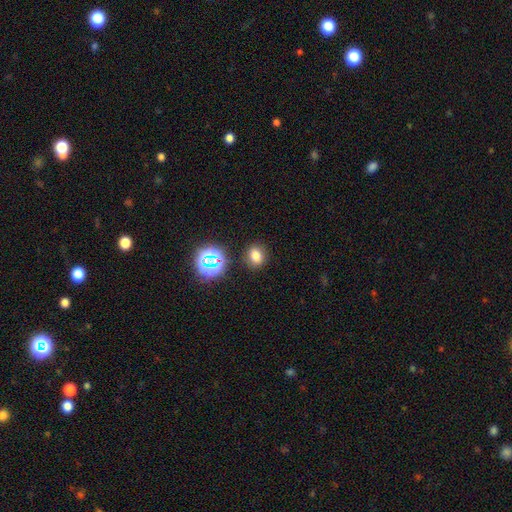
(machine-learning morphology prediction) A smooth galaxy with no disk features (72%) that is round (55%). Merging: none (84%).